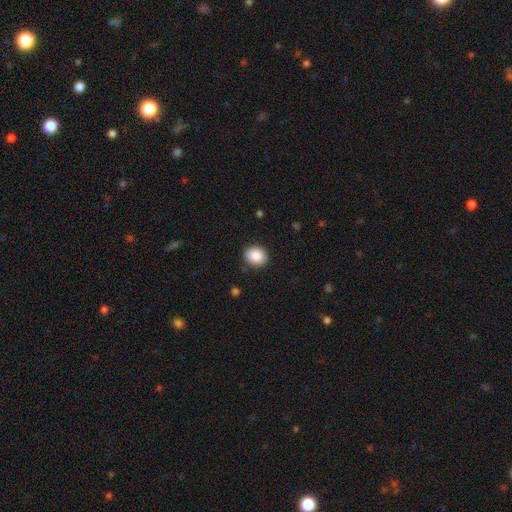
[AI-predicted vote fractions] Q: Smooth or featured?
A: smooth (89%); runner-up: star or artifact (8%)
Q: How rounded?
A: round (65%); runner-up: in between (34%)
Q: Merging?
A: none (88%); runner-up: minor disturbance (9%)